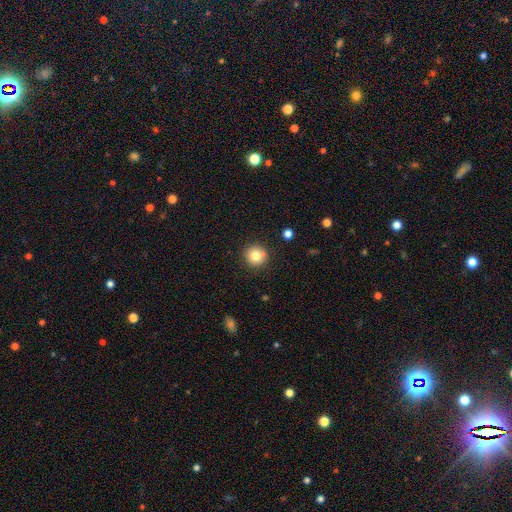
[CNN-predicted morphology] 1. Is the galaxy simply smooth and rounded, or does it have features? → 81% smooth, 11% star or artifact, 8% featured or disk.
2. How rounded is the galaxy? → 94% round, 5% in between, 1% cigar-shaped.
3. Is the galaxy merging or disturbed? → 88% none, 7% minor disturbance, 2% merger, 2% major disturbance.